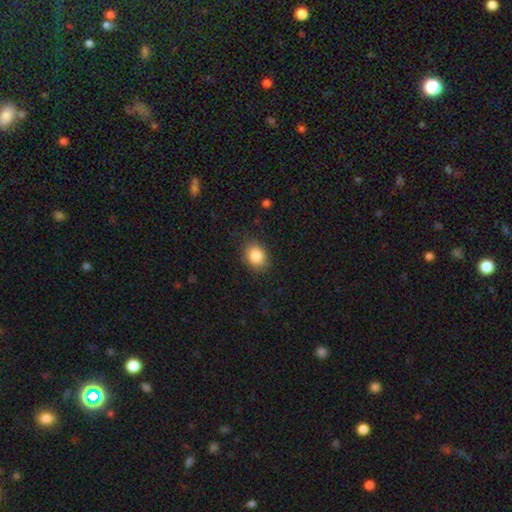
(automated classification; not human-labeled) This appears to be a smooth galaxy with no disk features (86%) that is in between round and cigar-shaped (54%). Merging: none (85%).